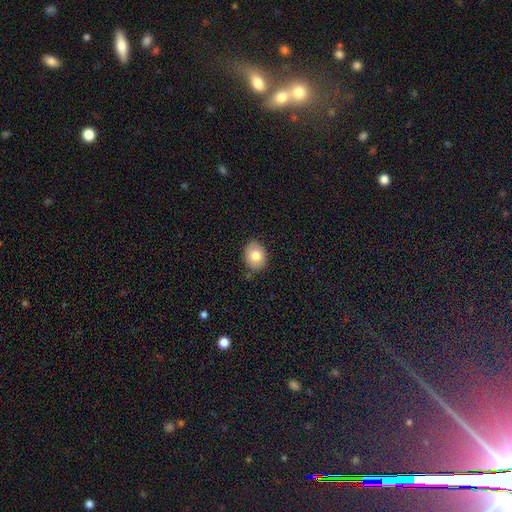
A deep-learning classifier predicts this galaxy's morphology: This is likely a smooth galaxy (79%). How rounded: possibly in between (58%). Merging: clearly none (83%).